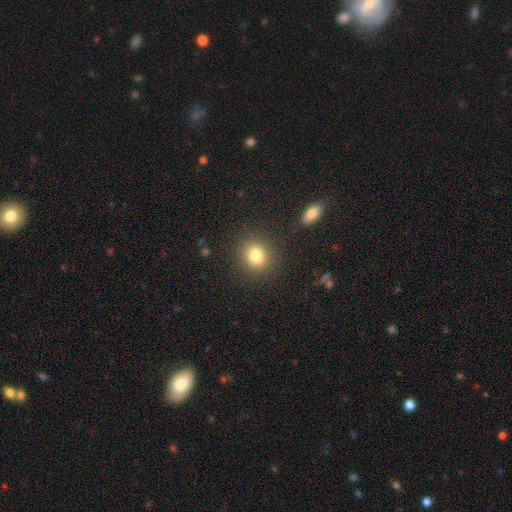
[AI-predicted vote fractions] Smooth or featured? Predicted: smooth (p=0.80). How rounded? Predicted: round (p=0.81). Merging? Predicted: none (p=0.89).